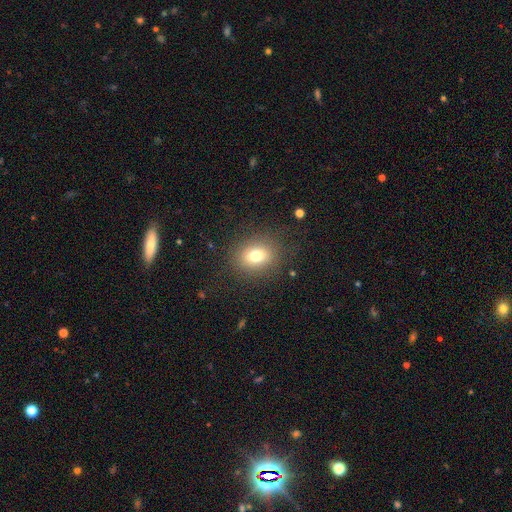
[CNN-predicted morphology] Q: Smooth or featured?
A: smooth (75%); runner-up: star or artifact (13%)
Q: How rounded?
A: round (56%); runner-up: in between (43%)
Q: Merging?
A: none (83%); runner-up: minor disturbance (10%)